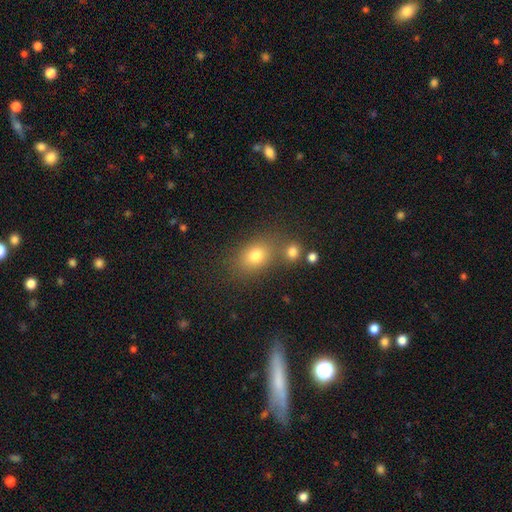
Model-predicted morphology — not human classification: Smooth or featured: smooth — 75% (star or artifact — 15%)
How rounded: in between — 61% (round — 37%)
Merging: none — 66% (merger — 17%)